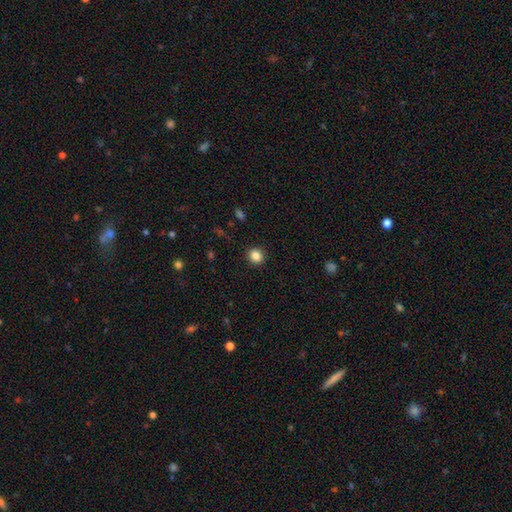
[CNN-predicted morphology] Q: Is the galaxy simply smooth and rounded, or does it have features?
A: smooth — 86%.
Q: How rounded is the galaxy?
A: round — 83%.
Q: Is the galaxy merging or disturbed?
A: none — 90%.